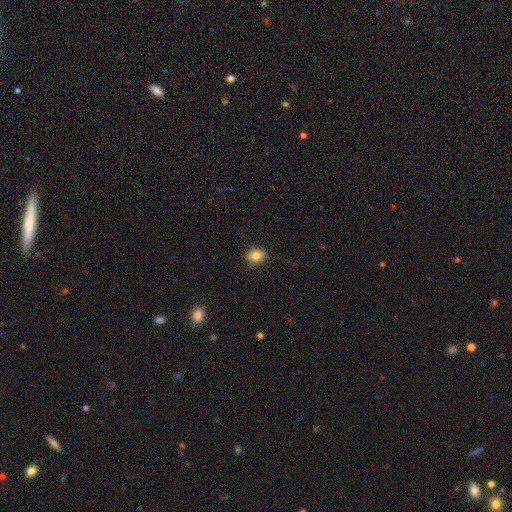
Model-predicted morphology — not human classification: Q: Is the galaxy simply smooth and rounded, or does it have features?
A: smooth — 82%.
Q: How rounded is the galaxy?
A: round — 50%.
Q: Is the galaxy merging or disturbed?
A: none — 78%.